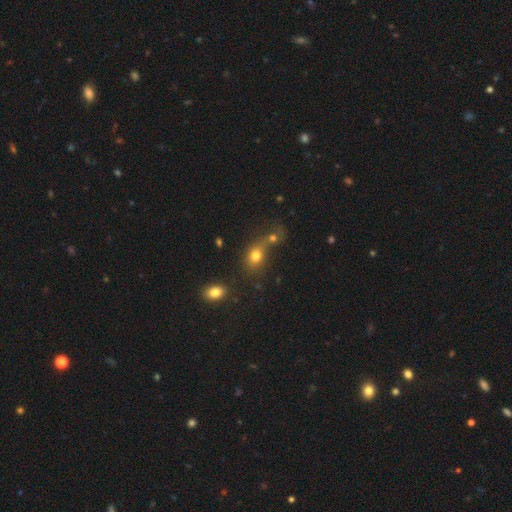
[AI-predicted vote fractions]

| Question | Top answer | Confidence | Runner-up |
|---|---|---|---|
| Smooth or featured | smooth | 76% | star or artifact (13%) |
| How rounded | in between | 50% | round (48%) |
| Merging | merger | 50% | none (31%) |